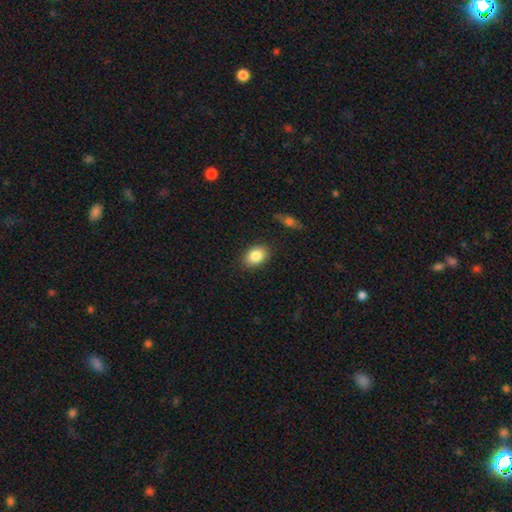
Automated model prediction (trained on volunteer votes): Smooth or featured? Predicted: smooth (p=0.85). How rounded? Predicted: in between (p=0.78). Merging? Predicted: none (p=0.86).